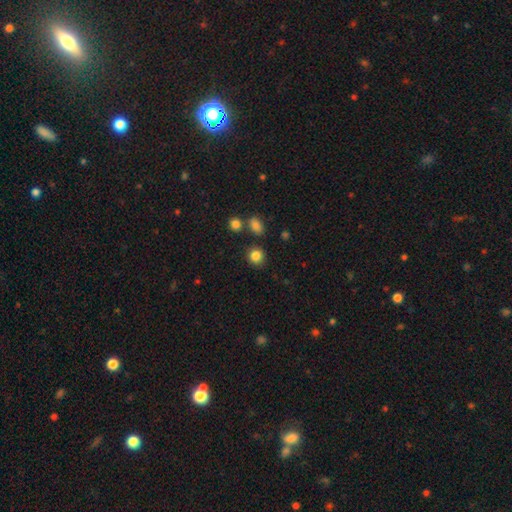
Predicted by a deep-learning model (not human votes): smooth 85%, star or artifact 11%, featured or disk 4%. Down the decision tree: how rounded — round (85%); merging — none (84%).